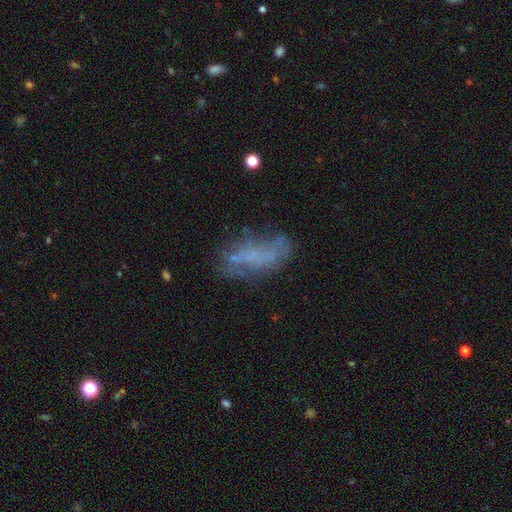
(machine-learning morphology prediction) This is marginally a featured or disk galaxy (44%). Merging: possibly none (49%).